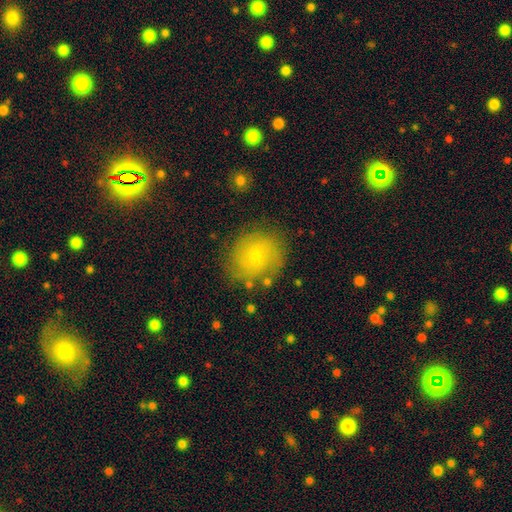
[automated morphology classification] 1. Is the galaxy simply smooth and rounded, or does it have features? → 53% smooth, 35% featured or disk, 12% star or artifact.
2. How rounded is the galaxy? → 80% round, 19% in between, 1% cigar-shaped.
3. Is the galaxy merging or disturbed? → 80% none, 14% minor disturbance, 4% major disturbance, 2% merger.